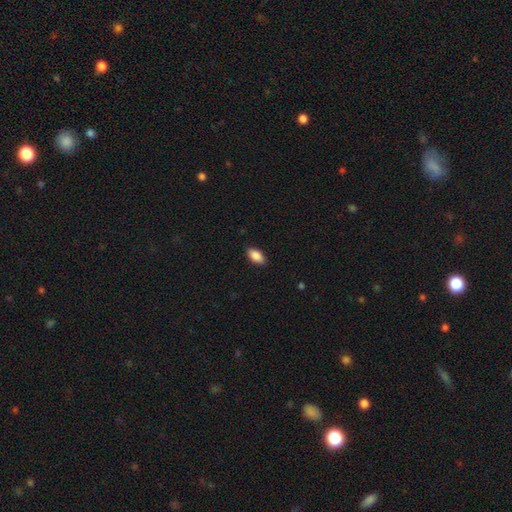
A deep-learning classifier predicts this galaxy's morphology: Smooth or featured? Predicted: smooth (p=0.88). How rounded? Predicted: in between (p=0.93). Merging? Predicted: none (p=0.89).